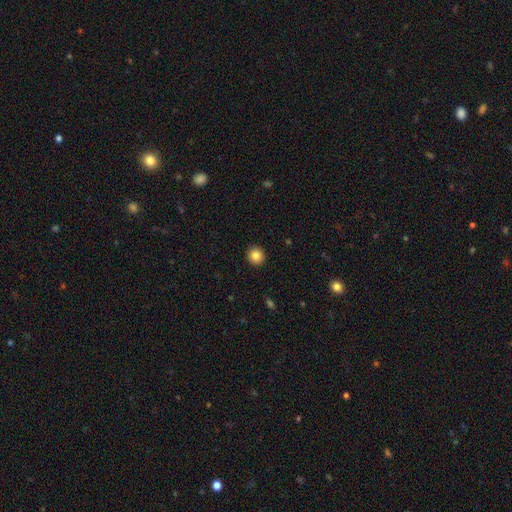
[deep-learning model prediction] Overall: smooth (83%). How rounded: round (91%). Merging: none (93%).